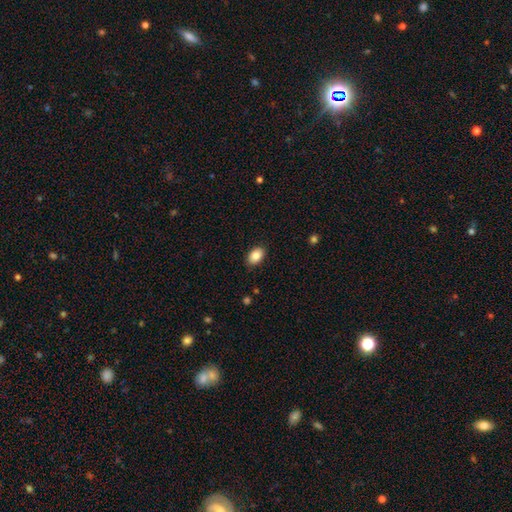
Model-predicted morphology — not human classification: This appears to be a smooth galaxy with no disk features (87%) that is in between round and cigar-shaped (86%). Merging: none (88%).